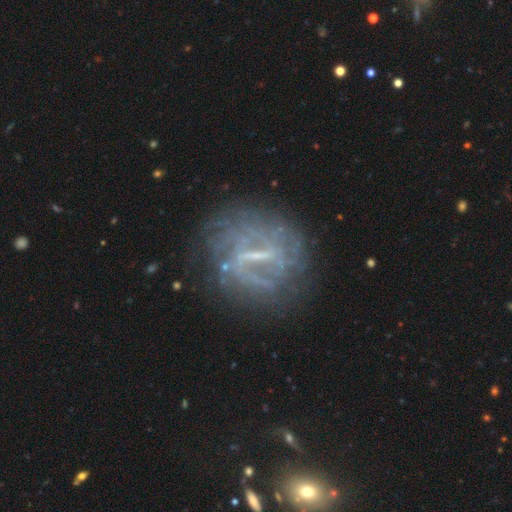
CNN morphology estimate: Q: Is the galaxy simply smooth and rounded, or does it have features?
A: featured or disk — 79%.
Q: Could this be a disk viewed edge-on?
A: no — 94%.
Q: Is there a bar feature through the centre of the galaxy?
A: strong — 56%.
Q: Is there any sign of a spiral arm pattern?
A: yes — 63%.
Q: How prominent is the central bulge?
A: small — 44%.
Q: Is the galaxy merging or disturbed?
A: none — 69%.